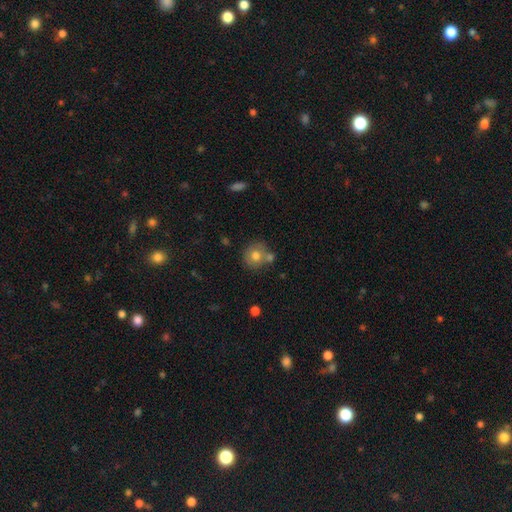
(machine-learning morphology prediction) Smooth or featured? smooth (71%)
How rounded? round (85%)
Merging? none (57%)